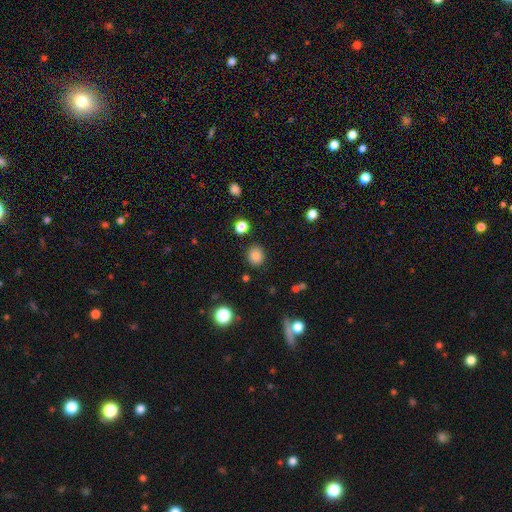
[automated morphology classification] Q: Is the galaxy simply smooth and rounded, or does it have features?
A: smooth — 84%.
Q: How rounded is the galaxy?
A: round — 80%.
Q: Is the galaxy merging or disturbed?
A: none — 87%.